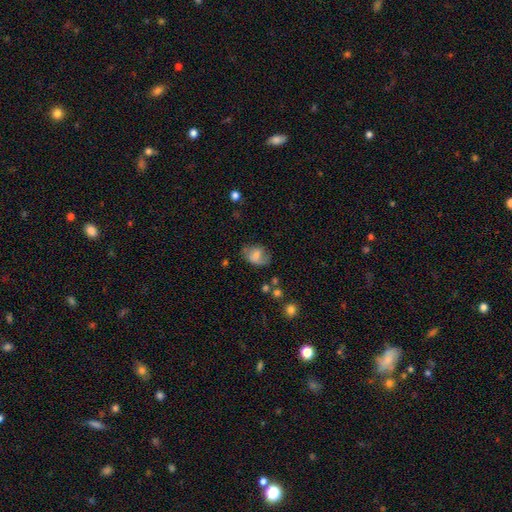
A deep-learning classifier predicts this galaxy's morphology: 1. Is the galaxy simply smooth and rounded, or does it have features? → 61% smooth, 30% featured or disk, 10% star or artifact.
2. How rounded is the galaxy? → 70% in between, 28% round, 1% cigar-shaped.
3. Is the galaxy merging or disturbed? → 49% none, 28% minor disturbance, 19% major disturbance, 4% merger.